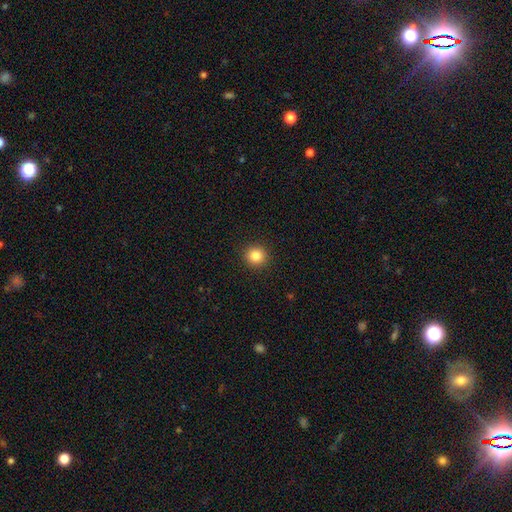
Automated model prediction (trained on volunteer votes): Q: Smooth or featured?
A: smooth (85%); runner-up: star or artifact (11%)
Q: How rounded?
A: round (92%); runner-up: in between (7%)
Q: Merging?
A: none (92%); runner-up: minor disturbance (5%)